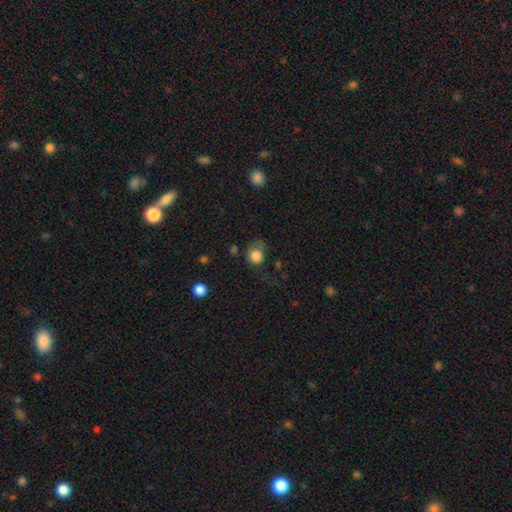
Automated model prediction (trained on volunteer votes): Morphology: type=smooth (82%); roundness=round (76%); merging=none (43%).